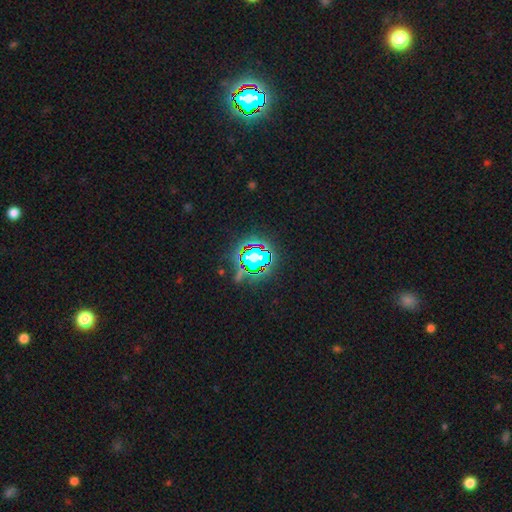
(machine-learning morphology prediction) A star or artifact, not a galaxy (76%).